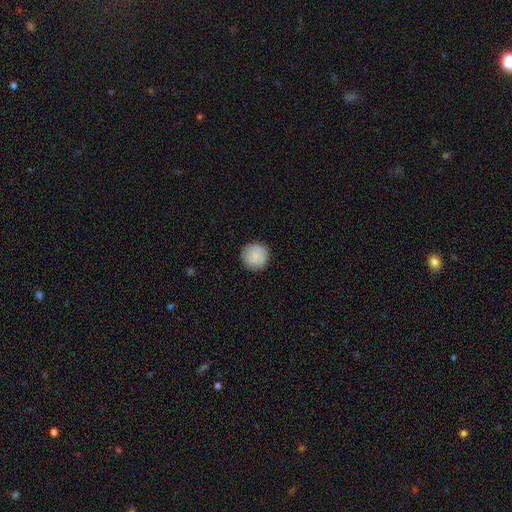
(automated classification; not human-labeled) The model was most divided on "smooth or featured": smooth: 88%, star or artifact: 7%, featured or disk: 5%. More confident: how rounded — round (96%); merging — none (91%).